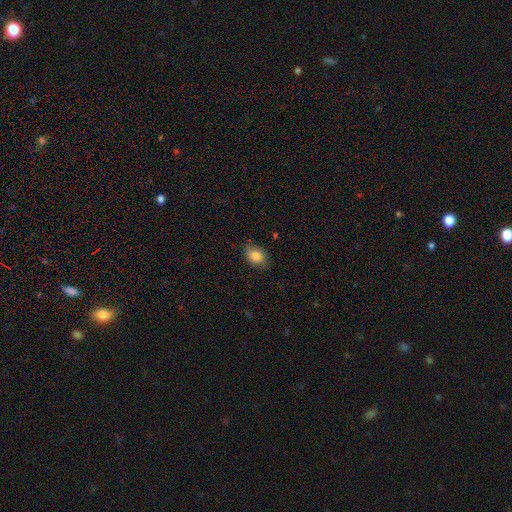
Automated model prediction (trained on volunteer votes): Q: Smooth or featured?
A: smooth (84%); runner-up: featured or disk (8%)
Q: How rounded?
A: in between (78%); runner-up: round (21%)
Q: Merging?
A: none (79%); runner-up: minor disturbance (16%)